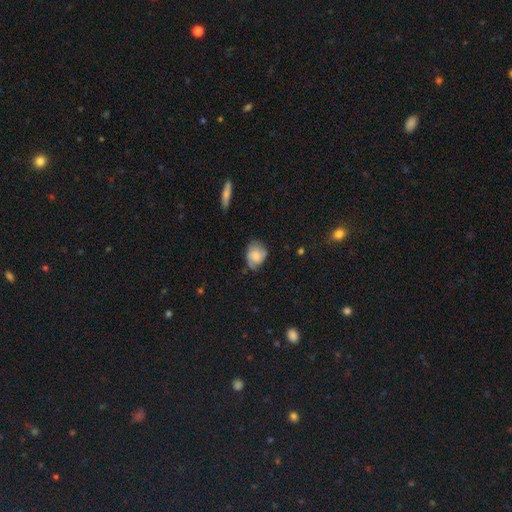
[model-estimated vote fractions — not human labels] This is likely a smooth galaxy (62%). How rounded: possibly in between (53%). Merging: possibly none (54%).